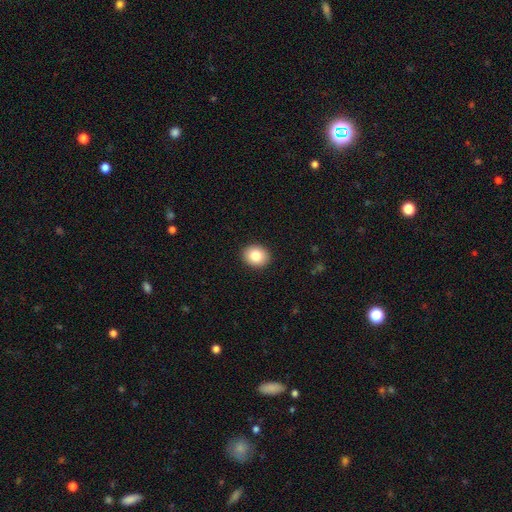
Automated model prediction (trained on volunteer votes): Q: Smooth or featured?
A: smooth (85%); runner-up: star or artifact (8%)
Q: How rounded?
A: round (57%); runner-up: in between (42%)
Q: Merging?
A: none (92%); runner-up: minor disturbance (6%)